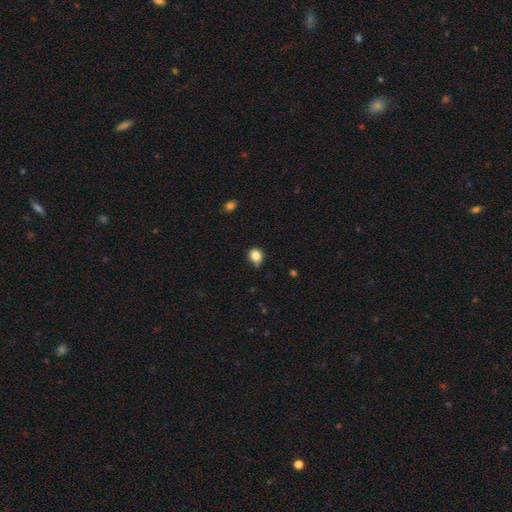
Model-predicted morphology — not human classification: smooth_or_featured: smooth (p=0.84) [alt: star or artifact p=0.11]
how_rounded: round (p=0.66) [alt: in between p=0.33]
merging: none (p=0.66) [alt: minor disturbance p=0.28]